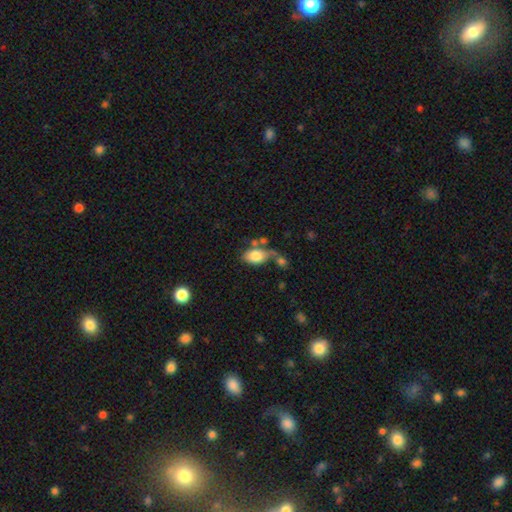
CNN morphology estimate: Smooth or featured?
  - smooth: 78% *
  - featured or disk: 14%
  - star or artifact: 8%
How rounded?
  - in between: 86% *
  - round: 12%
  - cigar-shaped: 2%
Merging?
  - none: 36% *
  - merger: 30%
  - minor disturbance: 18%
  - major disturbance: 15%